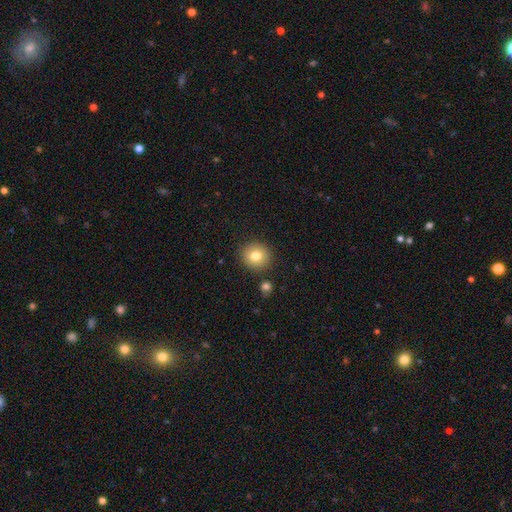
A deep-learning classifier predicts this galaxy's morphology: A smooth galaxy with no disk features (78%) that is round (91%).

Vote fractions:
- Smooth or featured? smooth: 78% / featured or disk: 11% / star or artifact: 11%
- How rounded? round: 91% / in between: 8% / cigar-shaped: 1%
- Merging? none: 88% / minor disturbance: 7% / merger: 3% / major disturbance: 2%